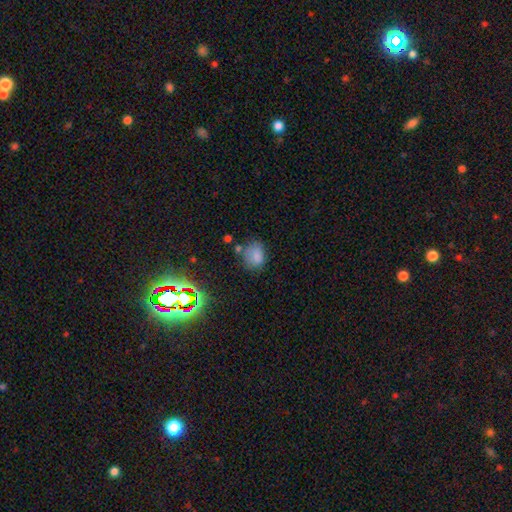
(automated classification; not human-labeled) Overall: smooth (75%). How rounded: in between (51%; round 47%). Merging: none (55%; minor disturbance 26%).